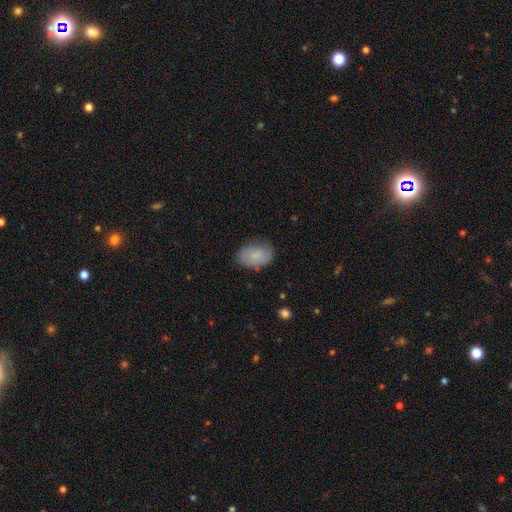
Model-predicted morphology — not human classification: Smooth or featured? Predicted: smooth (p=0.77). How rounded? Predicted: in between (p=0.81). Merging? Predicted: none (p=0.72).